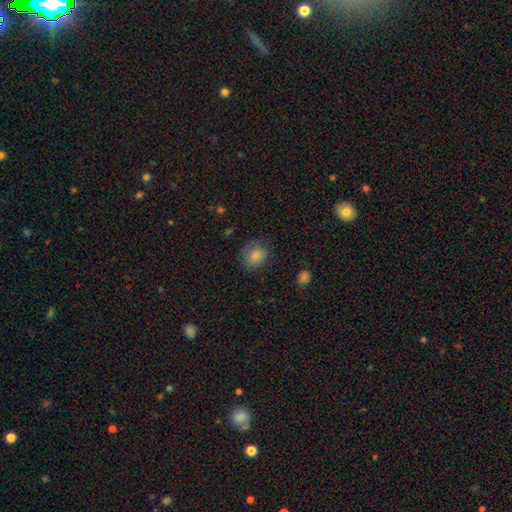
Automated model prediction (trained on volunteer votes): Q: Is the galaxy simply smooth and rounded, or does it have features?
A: smooth — 83%.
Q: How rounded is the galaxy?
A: round — 68%.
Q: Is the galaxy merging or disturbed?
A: none — 73%.